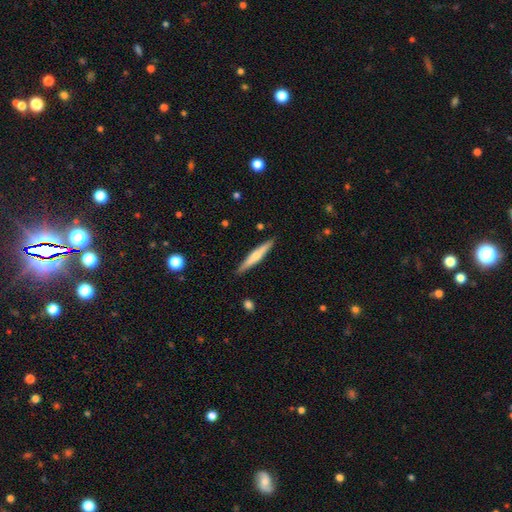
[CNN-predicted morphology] Smooth or featured?
  - featured or disk: 50% *
  - smooth: 45%
  - star or artifact: 5%
Merging?
  - none: 90% *
  - minor disturbance: 8%
  - major disturbance: 1%
  - merger: 1%